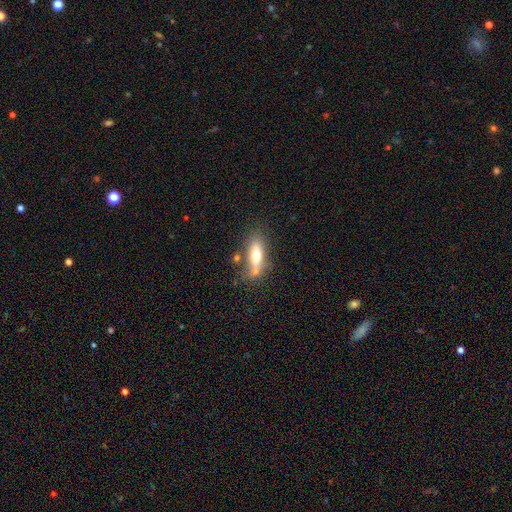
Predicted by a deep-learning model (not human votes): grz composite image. It shows a smooth galaxy with no disk features (55%) that is in between round and cigar-shaped (49%). Merging: none (60%).